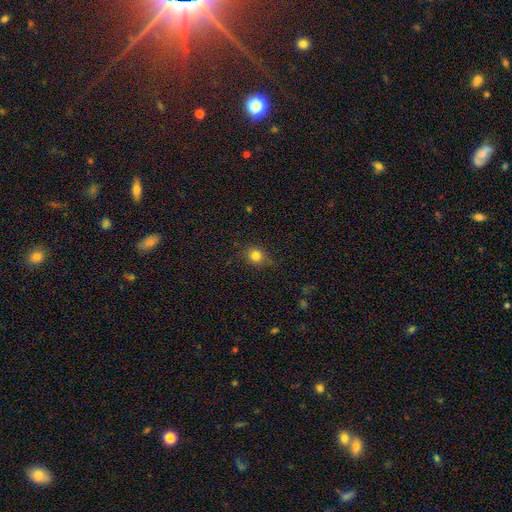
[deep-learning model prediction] A smooth galaxy with no disk features (81%) that is round (82%).

Vote fractions:
- Smooth or featured? smooth: 81% / star or artifact: 13% / featured or disk: 6%
- How rounded? round: 82% / in between: 17% / cigar-shaped: 1%
- Merging? none: 83% / minor disturbance: 13% / major disturbance: 3% / merger: 1%